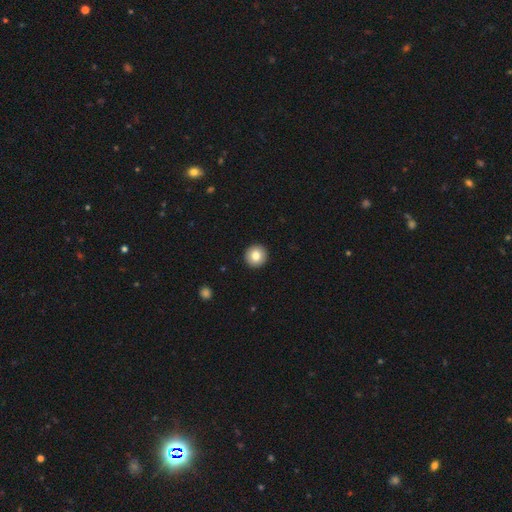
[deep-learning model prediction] smooth 82%, featured or disk 10%, star or artifact 8%. Down the decision tree: how rounded — round (96%); merging — none (94%).